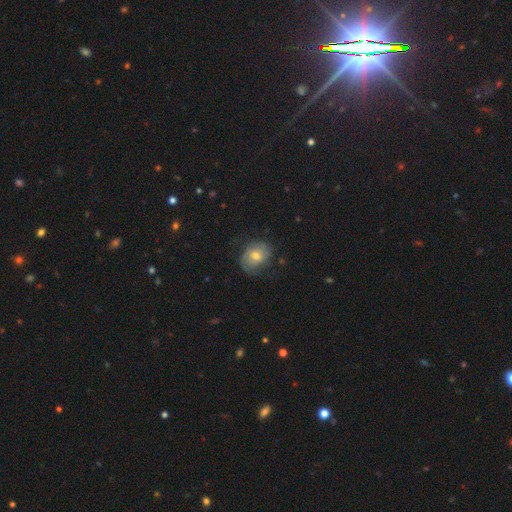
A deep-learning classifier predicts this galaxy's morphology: smooth-or-featured: smooth: 50% | featured or disk: 41% | star or artifact: 9%
  merging: none: 63% | minor disturbance: 26% | major disturbance: 10% | merger: 1%